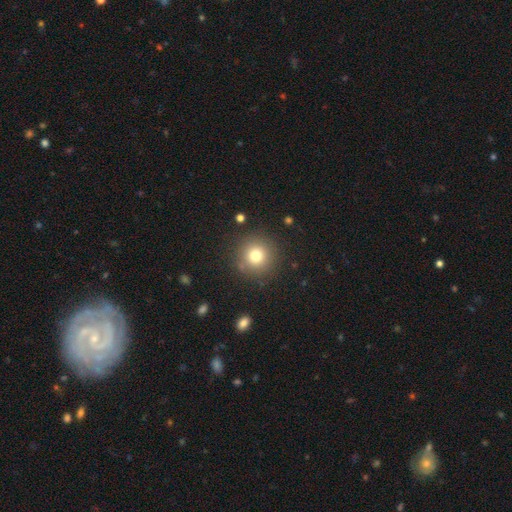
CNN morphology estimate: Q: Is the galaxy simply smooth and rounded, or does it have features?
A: smooth — 76%.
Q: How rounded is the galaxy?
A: round — 94%.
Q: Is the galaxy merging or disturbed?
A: none — 87%.